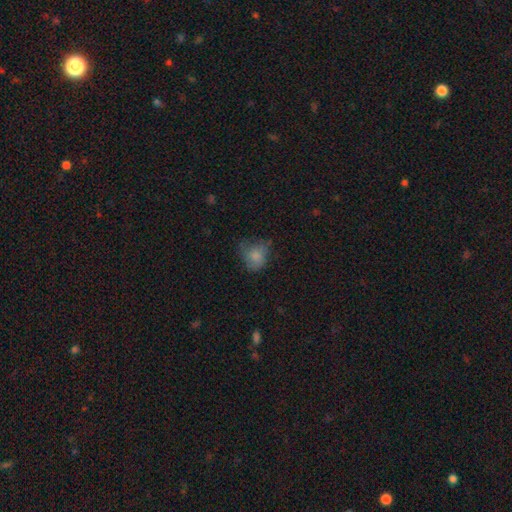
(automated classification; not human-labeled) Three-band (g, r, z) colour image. It shows a smooth galaxy with no disk features (73%) that is round (61%). Merging: none (47%).